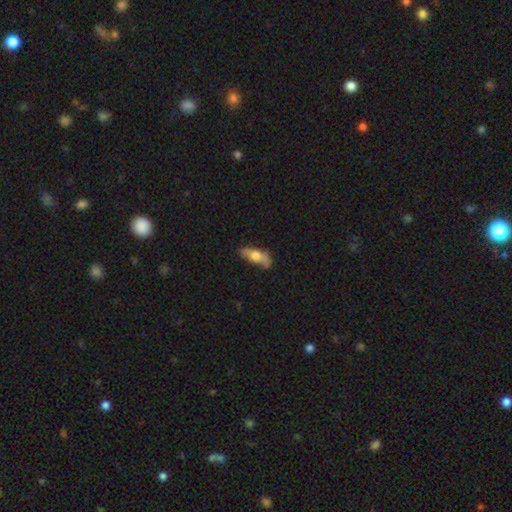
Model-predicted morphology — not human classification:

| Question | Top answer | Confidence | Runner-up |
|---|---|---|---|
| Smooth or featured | smooth | 62% | featured or disk (32%) |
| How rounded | in between | 74% | cigar-shaped (22%) |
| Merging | none | 54% | minor disturbance (30%) |